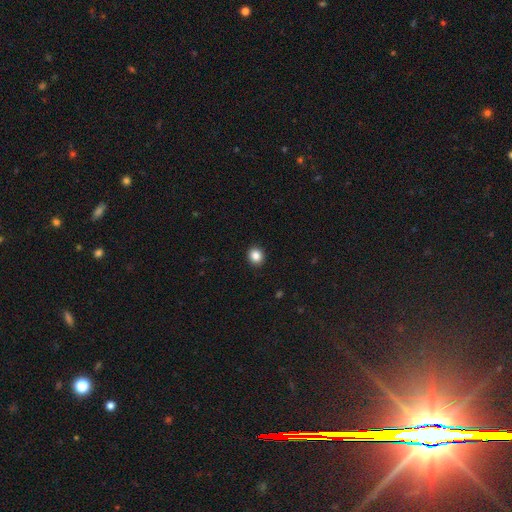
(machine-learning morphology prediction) This appears to be a smooth galaxy with no disk features (86%) that is round (80%). Merging: none (92%).